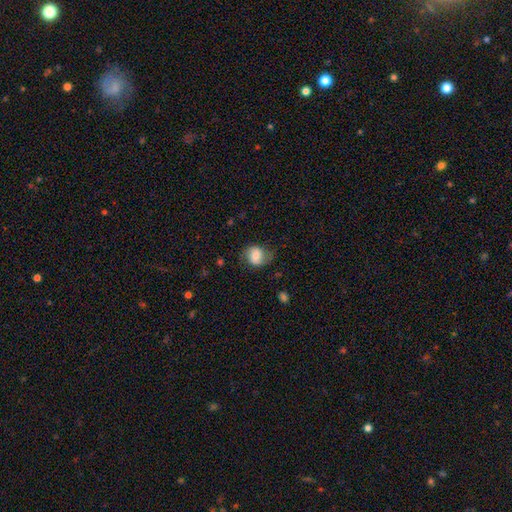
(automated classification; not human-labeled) The model was most divided on "how rounded": round: 61%, in between: 38%, cigar-shaped: 1%. More confident: merging — none (66%); smooth or featured — smooth (63%).